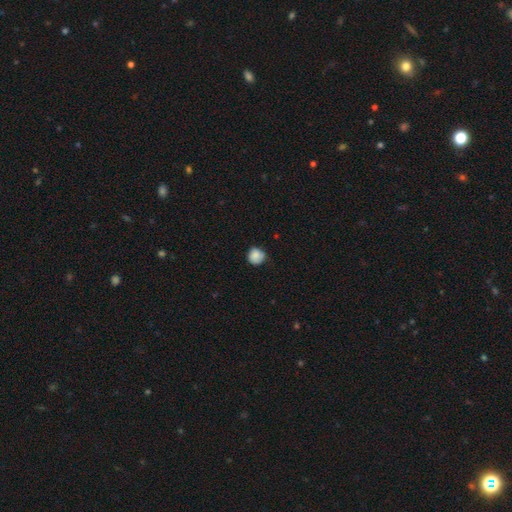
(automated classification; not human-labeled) smooth 83%, featured or disk 9%, star or artifact 8%. Down the decision tree: how rounded — round (89%); merging — none (71%).